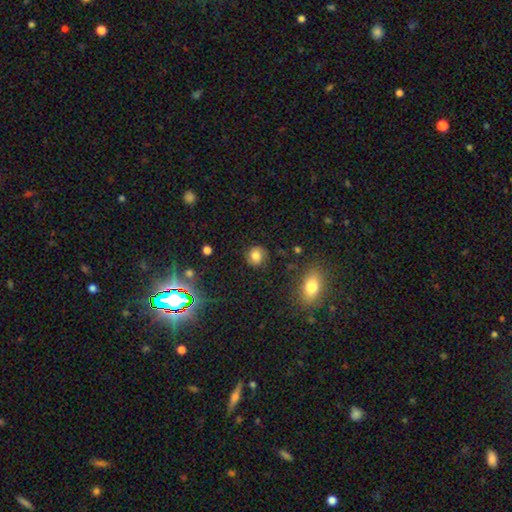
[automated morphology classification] smooth-or-featured: smooth: 66% | featured or disk: 20% | star or artifact: 14%
  how-rounded: round: 78% | in between: 21% | cigar-shaped: 1%
  merging: none: 79% | minor disturbance: 14% | major disturbance: 5% | merger: 2%